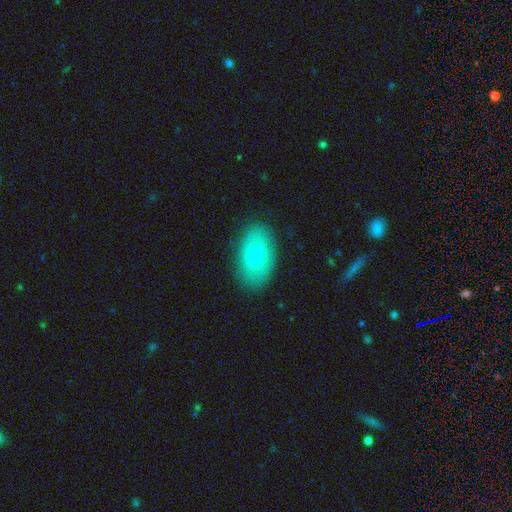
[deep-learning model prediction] The model was most divided on "smooth or featured": smooth: 67%, featured or disk: 25%, star or artifact: 9%. More confident: how rounded — in between (90%); merging — none (86%).